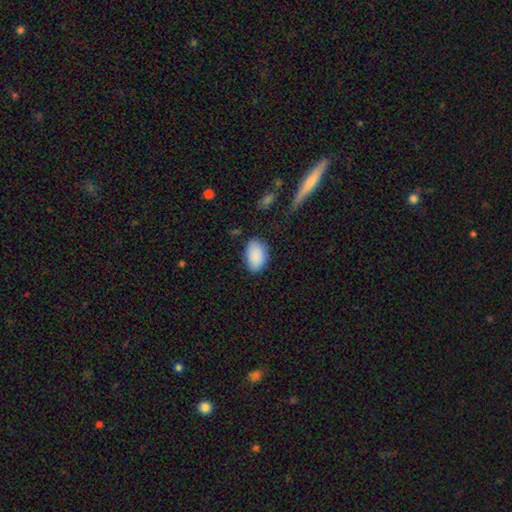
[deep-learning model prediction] A smooth galaxy with no disk features (90%) that is in between round and cigar-shaped (91%). Merging: none (79%).